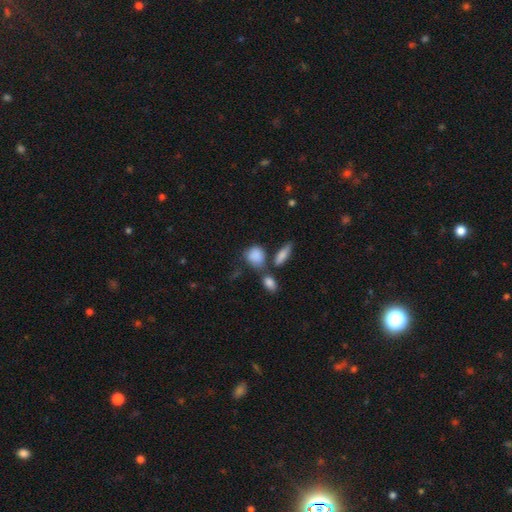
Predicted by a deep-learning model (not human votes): smooth 84%, featured or disk 8%, star or artifact 7%. Down the decision tree: how rounded — in between (52%); merging — none (47%).